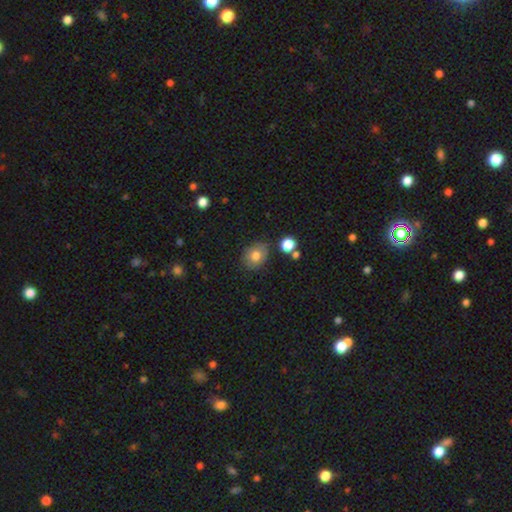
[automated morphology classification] smooth 77%, featured or disk 13%, star or artifact 10%. Down the decision tree: how rounded — round (53%); merging — none (78%).